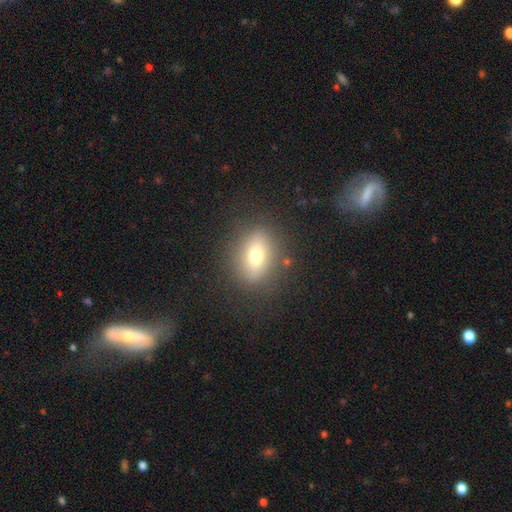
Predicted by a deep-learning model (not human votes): smooth 64%, featured or disk 25%, star or artifact 11%. Down the decision tree: how rounded — in between (65%); merging — none (81%).